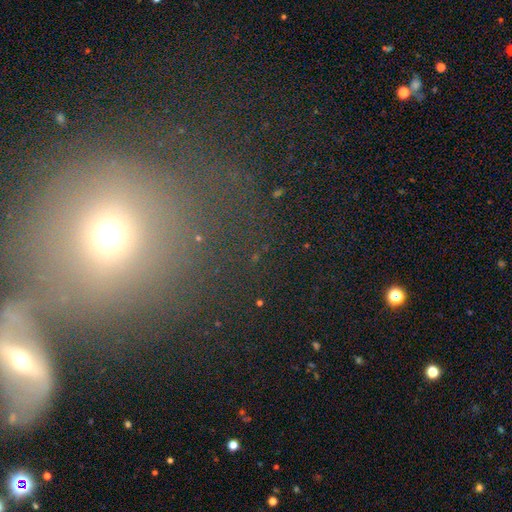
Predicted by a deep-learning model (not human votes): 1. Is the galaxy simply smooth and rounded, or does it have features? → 48% smooth, 33% star or artifact, 18% featured or disk.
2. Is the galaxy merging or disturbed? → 61% none, 15% merger, 13% minor disturbance, 11% major disturbance.